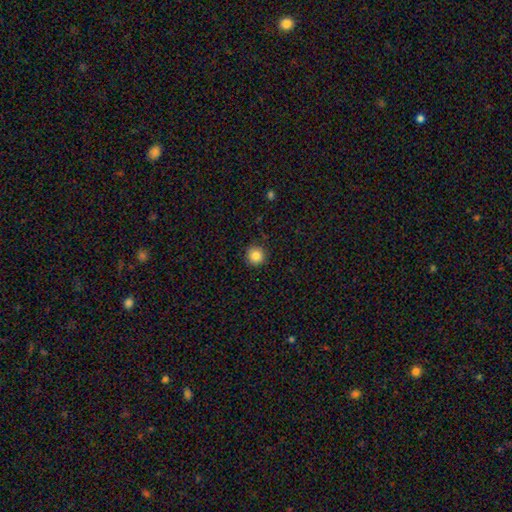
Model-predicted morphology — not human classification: A smooth galaxy with no disk features (85%) that is round (94%). Merging: none (90%).